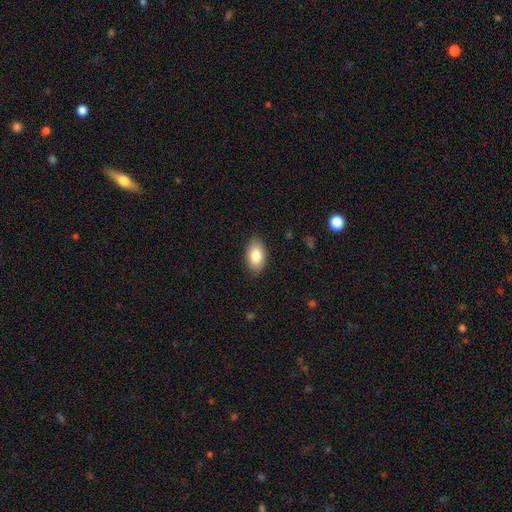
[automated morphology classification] Smooth or featured? smooth (84%)
How rounded? in between (94%)
Merging? none (87%)